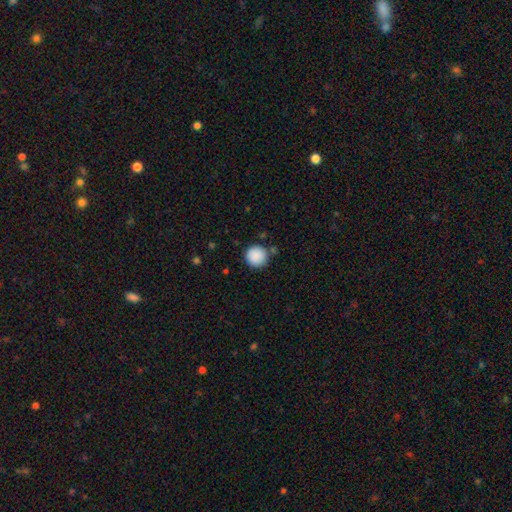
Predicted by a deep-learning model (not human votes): A smooth galaxy with no disk features (89%) that is round (95%).

Vote fractions:
- Smooth or featured? smooth: 89% / star or artifact: 8% / featured or disk: 3%
- How rounded? round: 95% / in between: 4% / cigar-shaped: 1%
- Merging? none: 83% / minor disturbance: 10% / merger: 4% / major disturbance: 3%